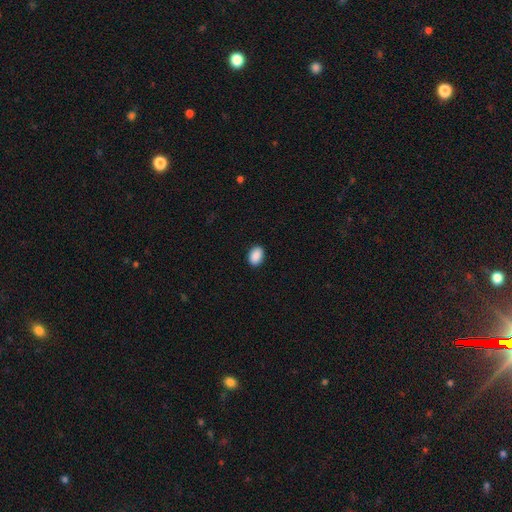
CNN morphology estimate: A smooth galaxy with no disk features (90%) that is in between round and cigar-shaped (83%). Merging: none (90%).